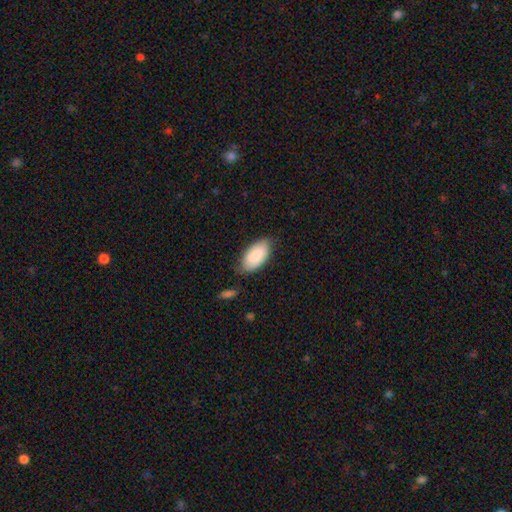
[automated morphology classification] type=smooth (87%); roundness=in between (94%); merging=none (71%).